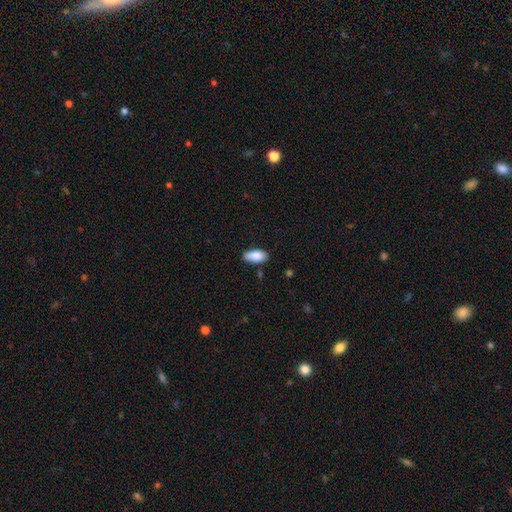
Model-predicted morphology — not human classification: Overall: smooth (85%). How rounded: in between (91%). Merging: none (80%).